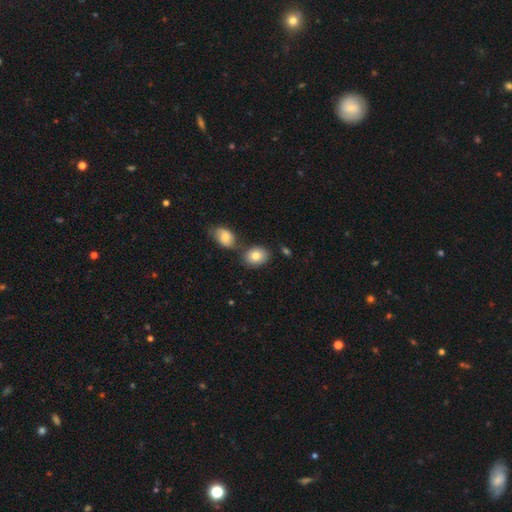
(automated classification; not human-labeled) smooth_or_featured: smooth (p=0.82) [alt: featured or disk p=0.10]
how_rounded: in between (p=0.64) [alt: round p=0.35]
merging: none (p=0.65) [alt: merger p=0.19]